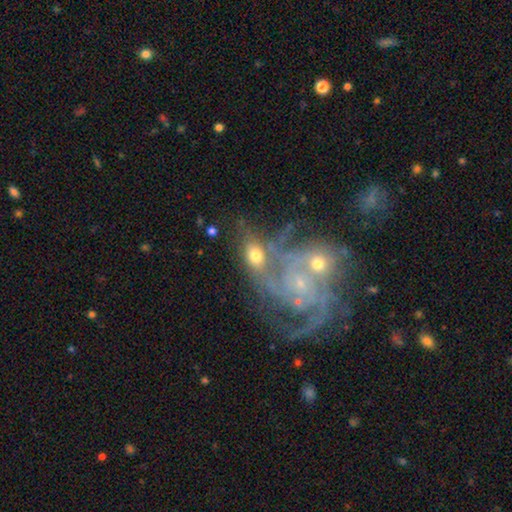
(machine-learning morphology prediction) Overall: featured or disk (52%; smooth 37%). Edge-on disk: no (95%). Merging: merger (44%; none 33%).